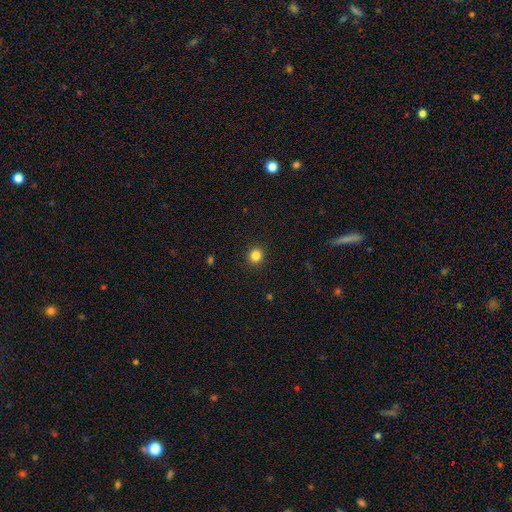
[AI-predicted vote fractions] smooth-or-featured: smooth: 84% | star or artifact: 12% | featured or disk: 4%
  how-rounded: round: 90% | in between: 9% | cigar-shaped: 1%
  merging: none: 92% | minor disturbance: 5% | major disturbance: 2% | merger: 1%